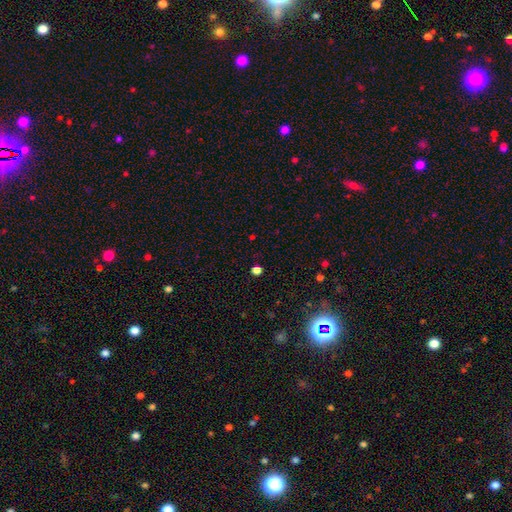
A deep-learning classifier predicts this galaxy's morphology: Q: Smooth or featured?
A: smooth (55%); runner-up: star or artifact (40%)
Q: How rounded?
A: round (74%); runner-up: in between (25%)
Q: Merging?
A: none (85%); runner-up: minor disturbance (9%)